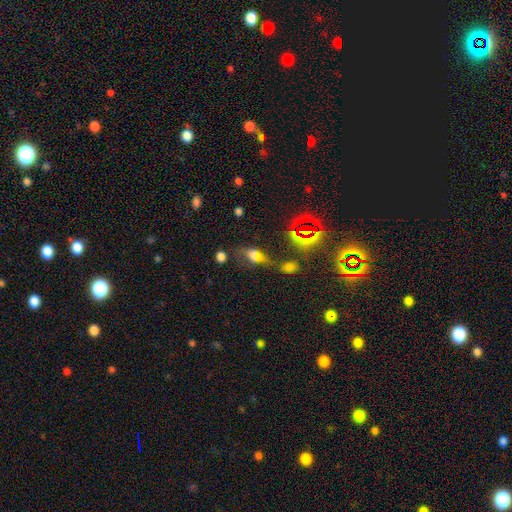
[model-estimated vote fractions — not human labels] Smooth or featured?
  - smooth: 50% *
  - star or artifact: 28%
  - featured or disk: 22%
Merging?
  - none: 45% *
  - minor disturbance: 22%
  - major disturbance: 17%
  - merger: 16%